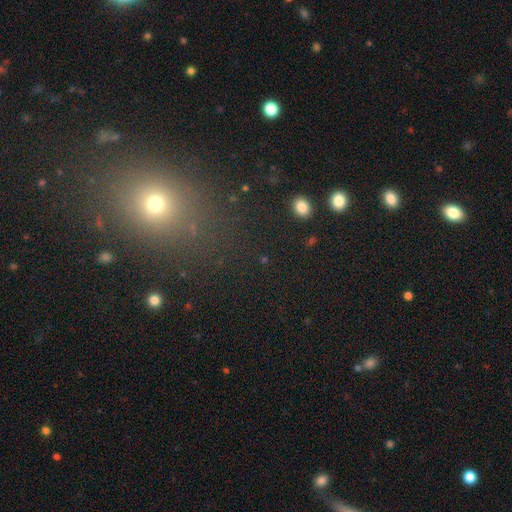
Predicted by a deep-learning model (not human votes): Smooth or featured: smooth — 50% (star or artifact — 41%)
How rounded: round — 59% (in between — 38%)
Merging: none — 86% (minor disturbance — 8%)